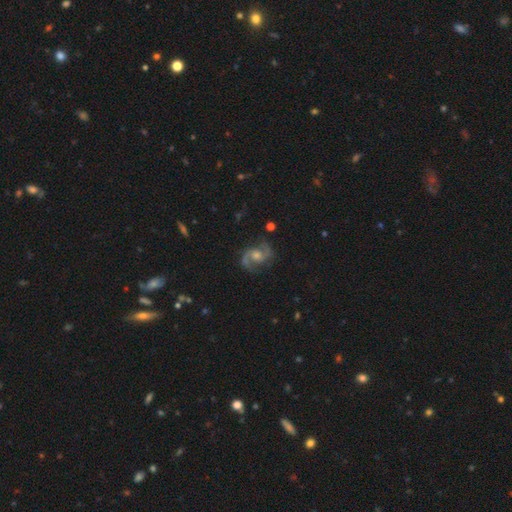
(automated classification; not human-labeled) This appears to be a featured or disk galaxy (89%) with no bar (53%), 2 (93%) medium (58%) spiral arms (98%) and a moderate central bulge (59%). Merging: none (81%).